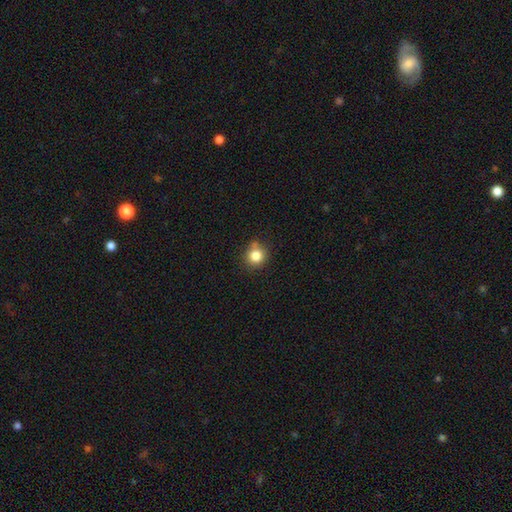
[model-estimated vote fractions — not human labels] This is clearly a smooth galaxy (83%). How rounded: clearly round (90%). Merging: likely none (73%).